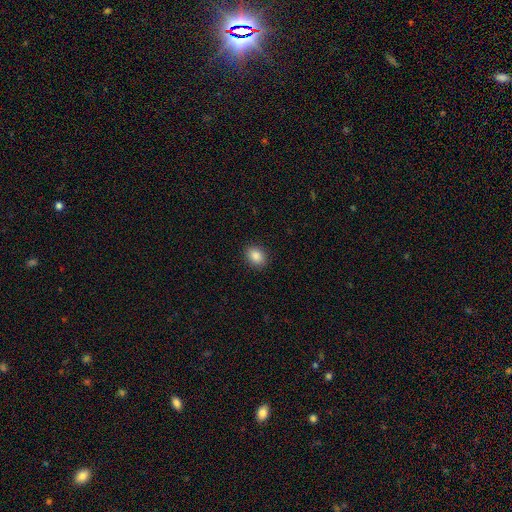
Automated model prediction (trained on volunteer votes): This is clearly a smooth galaxy (87%). How rounded: likely in between (64%). Merging: clearly none (90%).